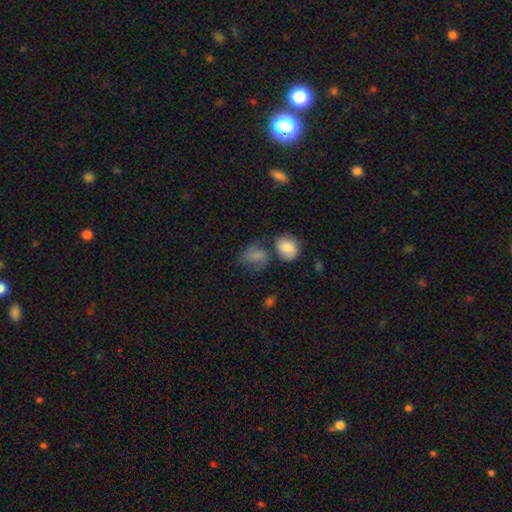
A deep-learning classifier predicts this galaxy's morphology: Smooth or featured? smooth (75%)
How rounded? in between (51%)
Merging? none (39%)